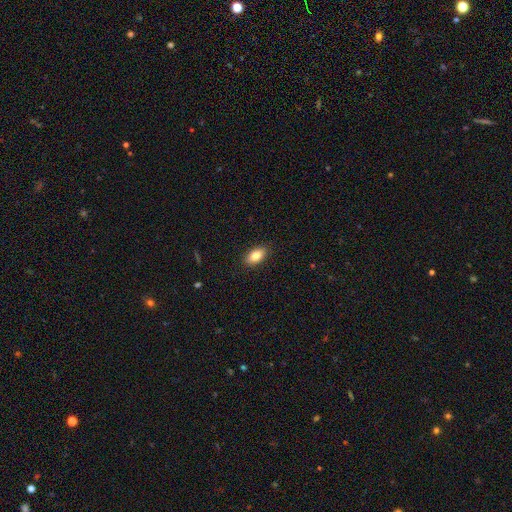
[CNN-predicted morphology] A smooth galaxy with no disk features (83%) that is in between round and cigar-shaped (91%). Merging: none (89%).